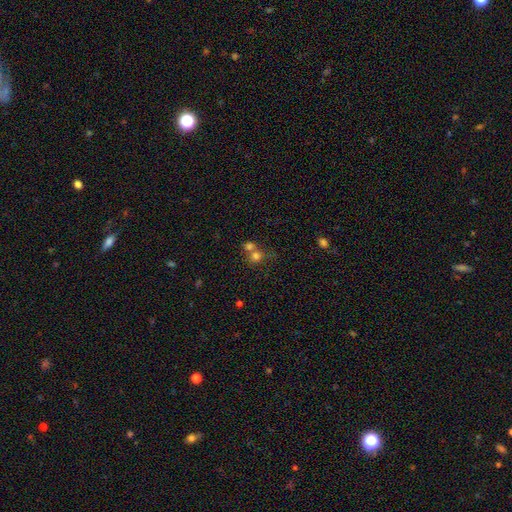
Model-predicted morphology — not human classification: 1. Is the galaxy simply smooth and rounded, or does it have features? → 72% smooth, 15% star or artifact, 13% featured or disk.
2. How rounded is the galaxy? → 82% round, 17% in between, 1% cigar-shaped.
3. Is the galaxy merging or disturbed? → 53% merger, 37% none, 6% minor disturbance, 4% major disturbance.